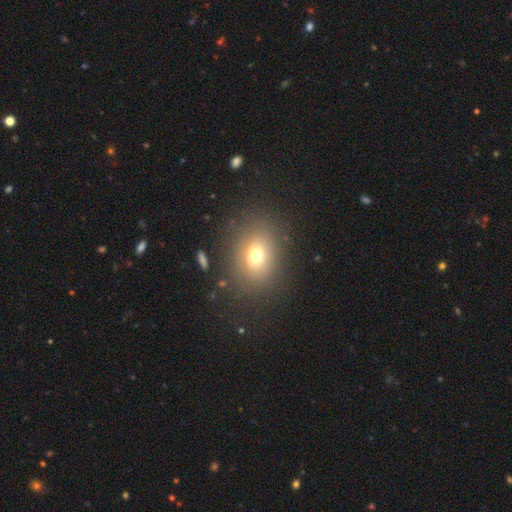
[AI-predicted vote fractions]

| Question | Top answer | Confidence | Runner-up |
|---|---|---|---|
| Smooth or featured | smooth | 69% | featured or disk (16%) |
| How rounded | in between | 59% | round (40%) |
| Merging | none | 81% | minor disturbance (11%) |